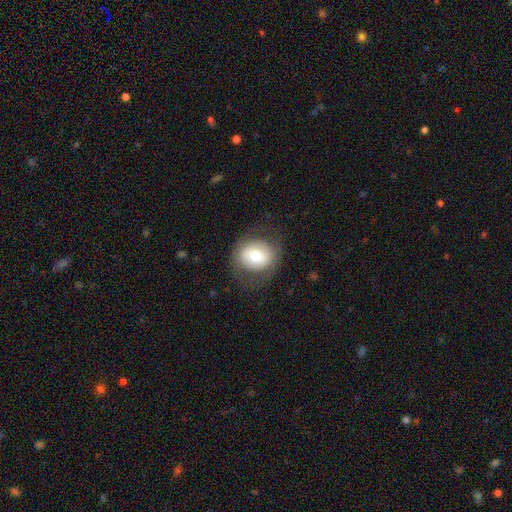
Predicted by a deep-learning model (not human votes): Overall: smooth (61%; featured or disk 30%). How rounded: round (72%). Merging: none (76%).